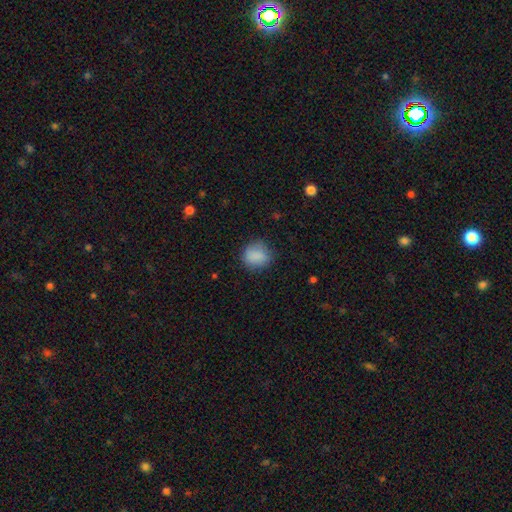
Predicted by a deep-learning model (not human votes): Smooth or featured?
  - smooth: 85% *
  - star or artifact: 9%
  - featured or disk: 6%
How rounded?
  - round: 77% *
  - in between: 22%
  - cigar-shaped: 1%
Merging?
  - none: 75% *
  - minor disturbance: 18%
  - major disturbance: 5%
  - merger: 1%